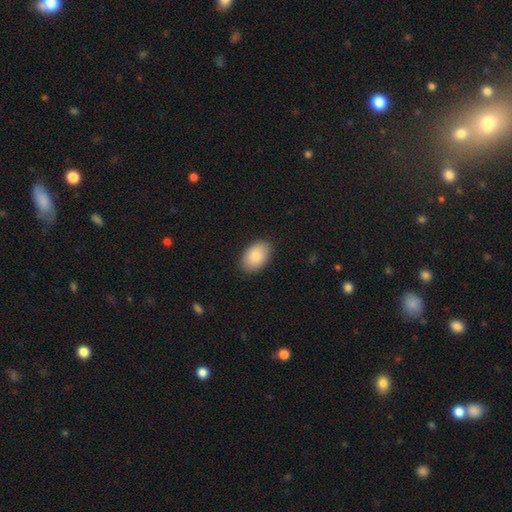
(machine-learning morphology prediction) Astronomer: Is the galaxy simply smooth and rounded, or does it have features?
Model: smooth — 86%.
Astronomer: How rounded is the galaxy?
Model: in between — 92%.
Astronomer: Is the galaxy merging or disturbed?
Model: none — 88%.